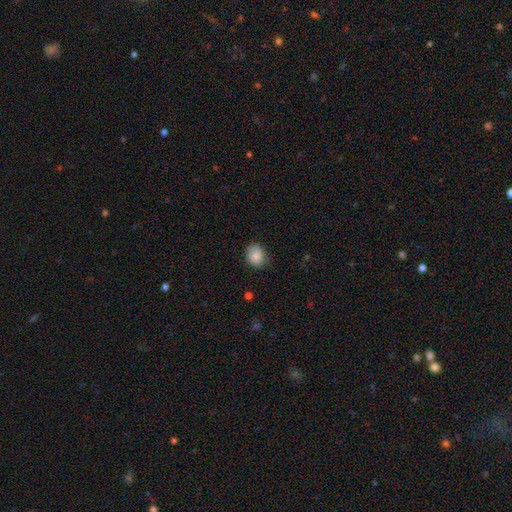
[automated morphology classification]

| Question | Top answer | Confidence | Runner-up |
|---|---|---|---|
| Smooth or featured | smooth | 86% | star or artifact (8%) |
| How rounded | round | 60% | in between (39%) |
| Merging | none | 78% | minor disturbance (18%) |